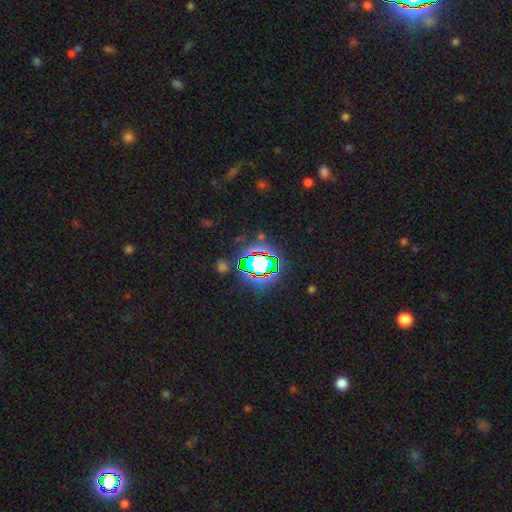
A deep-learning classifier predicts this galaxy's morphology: Smooth or featured?
  - star or artifact: 80% *
  - smooth: 12%
  - featured or disk: 8%